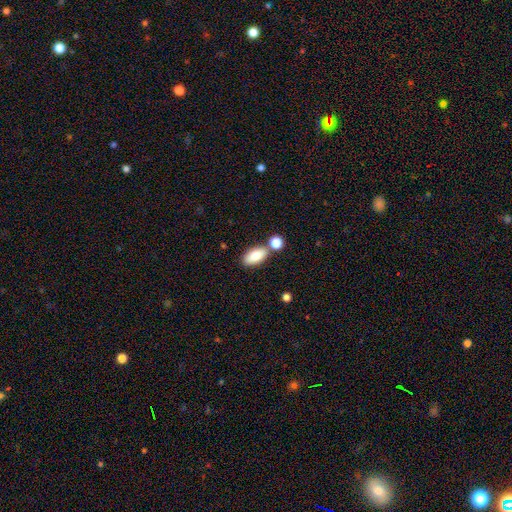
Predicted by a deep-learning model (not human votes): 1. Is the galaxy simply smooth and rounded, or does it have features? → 81% smooth, 12% featured or disk, 7% star or artifact.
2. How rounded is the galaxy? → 90% in between, 6% cigar-shaped, 5% round.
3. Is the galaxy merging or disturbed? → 67% none, 19% merger, 11% minor disturbance, 3% major disturbance.